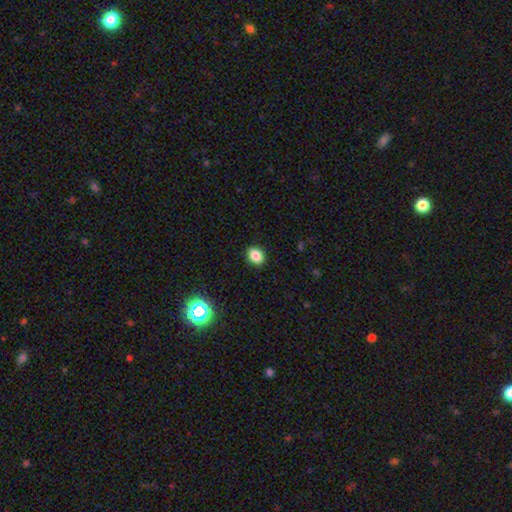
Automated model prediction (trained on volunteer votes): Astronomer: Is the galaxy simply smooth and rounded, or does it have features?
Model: smooth — 84%.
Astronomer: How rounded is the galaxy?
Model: in between — 57% (runner-up: round, 41%).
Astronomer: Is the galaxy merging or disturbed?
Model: none — 90%.